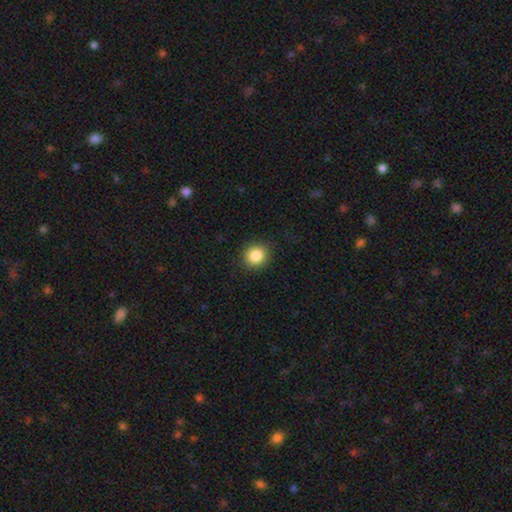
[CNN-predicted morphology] Smooth or featured? smooth (86%)
How rounded? round (83%)
Merging? none (89%)